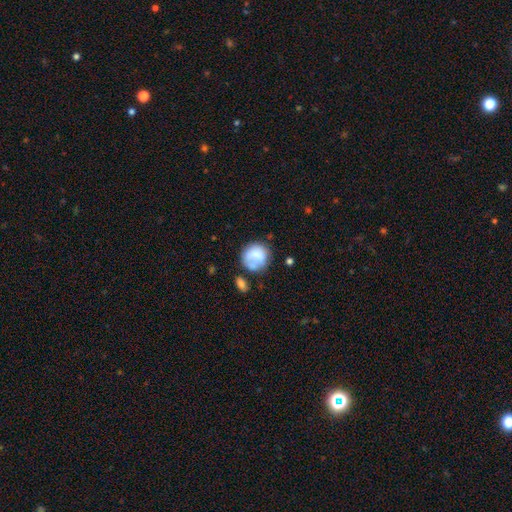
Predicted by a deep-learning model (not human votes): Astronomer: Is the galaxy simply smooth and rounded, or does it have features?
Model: smooth — 76%.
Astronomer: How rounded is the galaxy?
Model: round — 83%.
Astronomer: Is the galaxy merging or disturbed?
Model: none — 54%.